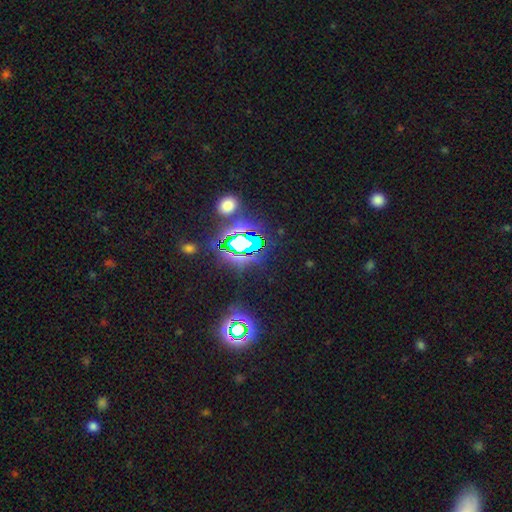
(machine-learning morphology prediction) A star or artifact, not a galaxy (80%).

Vote fractions:
- Smooth or featured? star or artifact: 80% / smooth: 14% / featured or disk: 6%